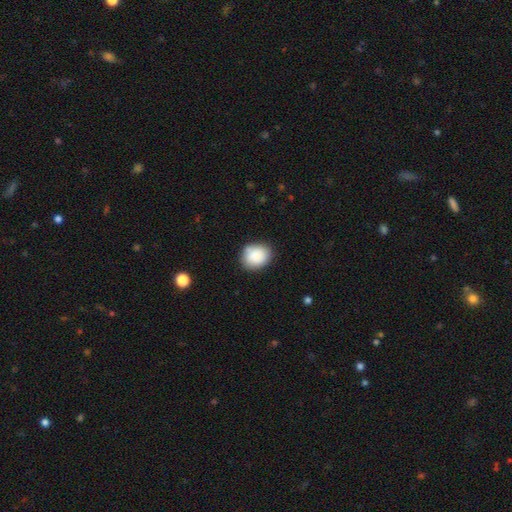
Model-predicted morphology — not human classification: The model was most divided on "how rounded": round: 55%, in between: 44%, cigar-shaped: 1%. More confident: smooth or featured — smooth (87%); merging — none (78%).